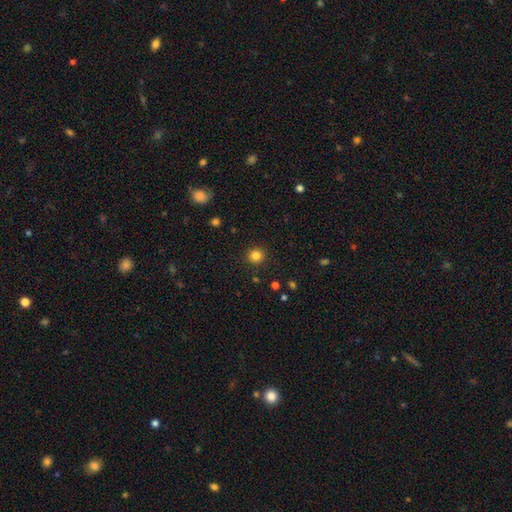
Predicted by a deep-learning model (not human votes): This is clearly a smooth galaxy (83%). How rounded: clearly round (92%). Merging: clearly none (91%).